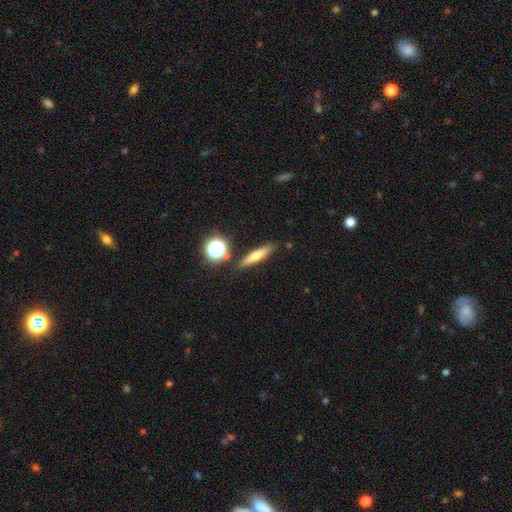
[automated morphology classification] This is possibly a smooth galaxy (60%). How rounded: likely cigar-shaped (76%). Merging: clearly none (85%).